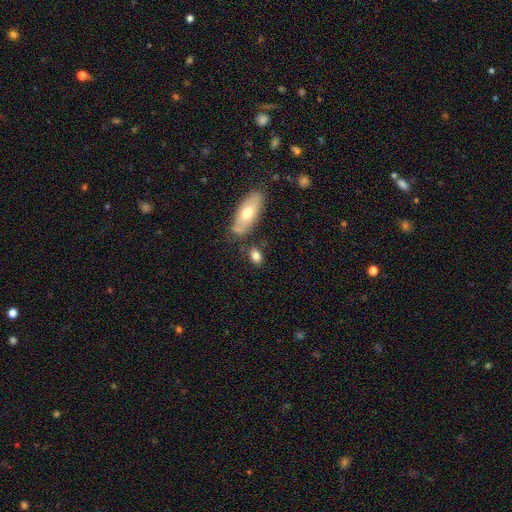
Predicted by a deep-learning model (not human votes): The model was most divided on "merging": none: 71%, minor disturbance: 14%, merger: 10%, major disturbance: 4%. More confident: how rounded — in between (83%); smooth or featured — smooth (79%).